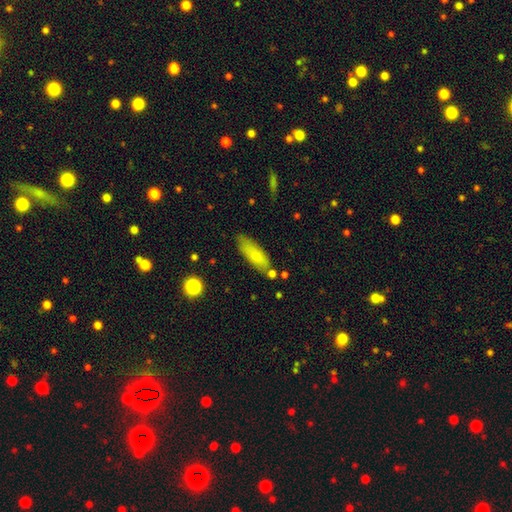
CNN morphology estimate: Q: Smooth or featured?
A: smooth (77%); runner-up: featured or disk (17%)
Q: How rounded?
A: in between (60%); runner-up: cigar-shaped (37%)
Q: Merging?
A: none (69%); runner-up: minor disturbance (20%)